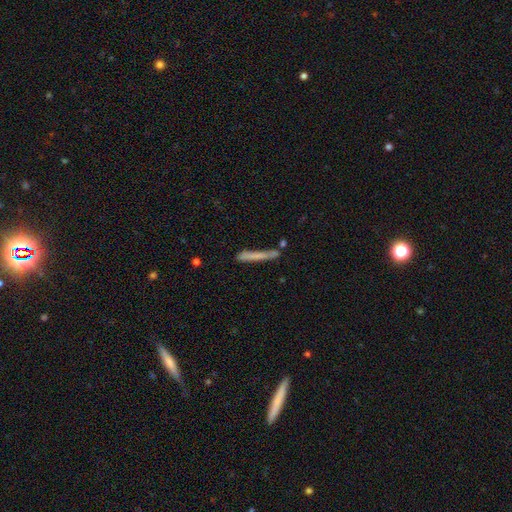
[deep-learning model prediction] This is likely a smooth galaxy (67%). How rounded: clearly cigar-shaped (96%). Merging: likely none (70%).